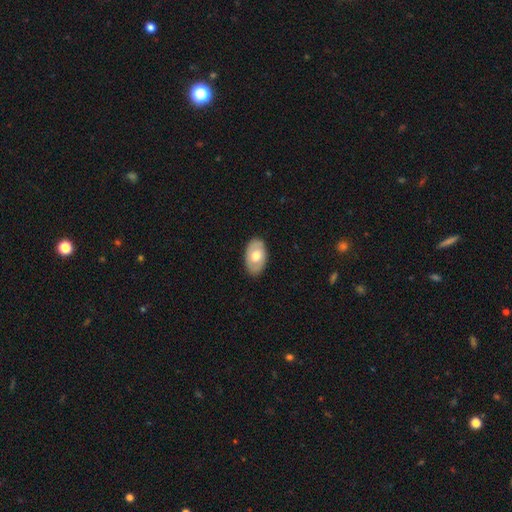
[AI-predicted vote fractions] The model was most divided on "smooth or featured": smooth: 59%, featured or disk: 36%, star or artifact: 6%. More confident: how rounded — in between (90%); merging — none (86%).